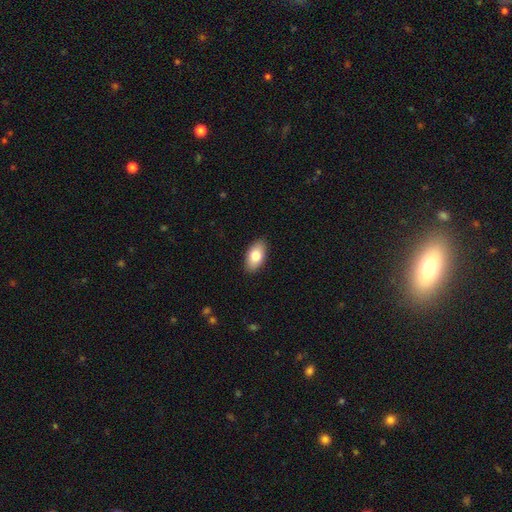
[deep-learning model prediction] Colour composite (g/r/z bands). It shows a smooth galaxy with no disk features (80%) that is in between round and cigar-shaped (93%). Merging: none (89%).